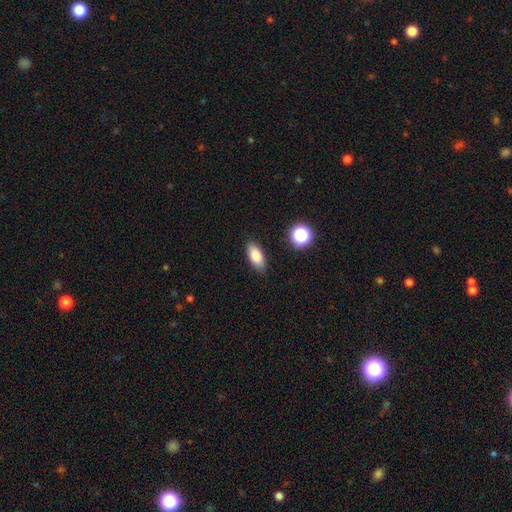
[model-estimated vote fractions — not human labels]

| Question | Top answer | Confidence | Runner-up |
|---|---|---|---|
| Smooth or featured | smooth | 82% | featured or disk (9%) |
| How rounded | in between | 85% | cigar-shaped (11%) |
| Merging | none | 86% | minor disturbance (10%) |